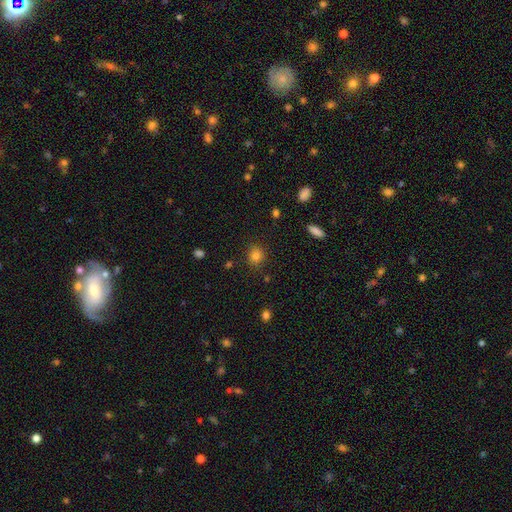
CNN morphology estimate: This appears to be a smooth galaxy with no disk features (83%) that is round (76%). Merging: none (85%).